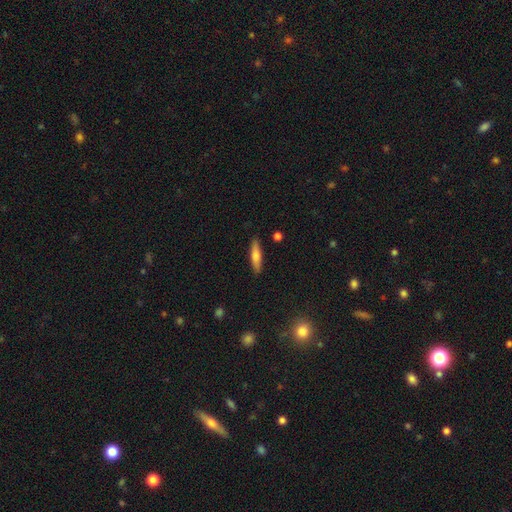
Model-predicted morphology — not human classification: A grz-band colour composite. It shows a smooth galaxy with no disk features (63%) that is cigar-shaped (79%). Merging: none (88%).